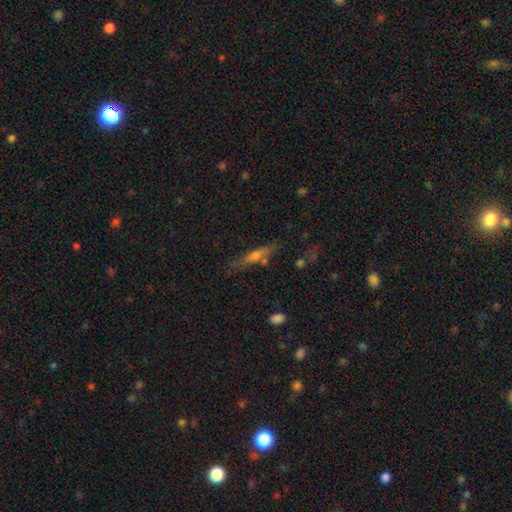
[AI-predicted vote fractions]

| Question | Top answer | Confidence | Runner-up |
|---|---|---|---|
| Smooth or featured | featured or disk | 50% | smooth (40%) |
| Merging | none | 77% | minor disturbance (13%) |